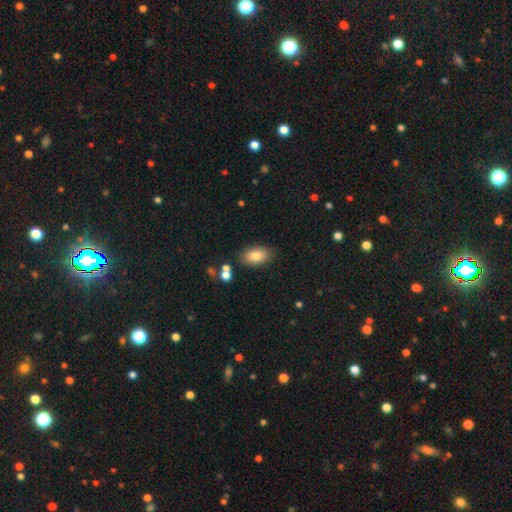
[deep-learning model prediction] A smooth galaxy with no disk features (82%) that is in between round and cigar-shaped (90%). Merging: none (81%).